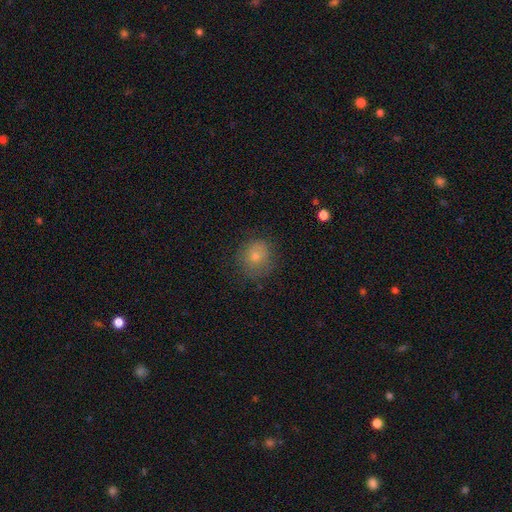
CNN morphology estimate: This appears to be a smooth galaxy with no disk features (70%) that is round (84%). Merging: none (81%).